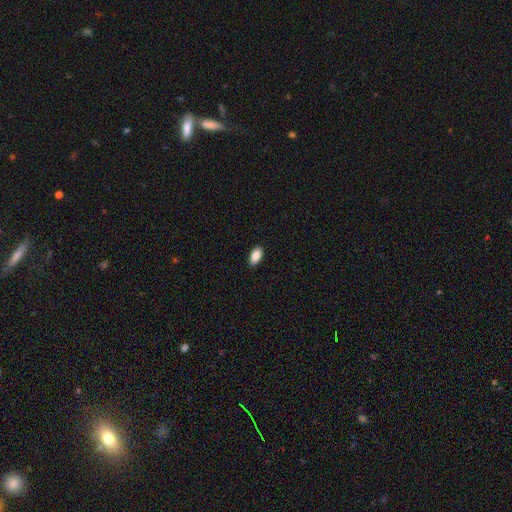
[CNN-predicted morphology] This appears to be a smooth galaxy with no disk features (88%) that is in between round and cigar-shaped (93%). Merging: none (90%).